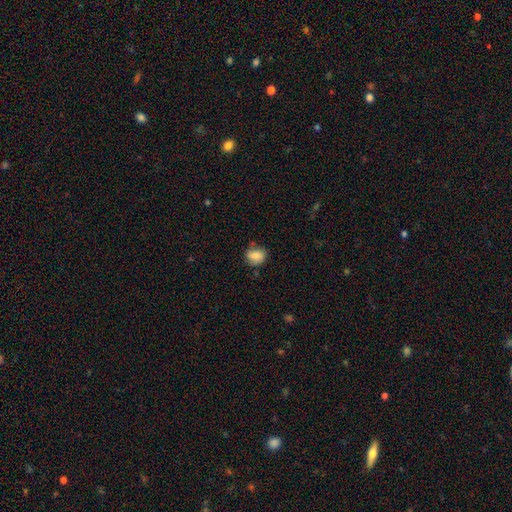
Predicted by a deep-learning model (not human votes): smooth_or_featured: smooth (p=0.73) [alt: featured or disk p=0.18]
how_rounded: round (p=0.57) [alt: in between p=0.42]
merging: none (p=0.63) [alt: minor disturbance p=0.26]